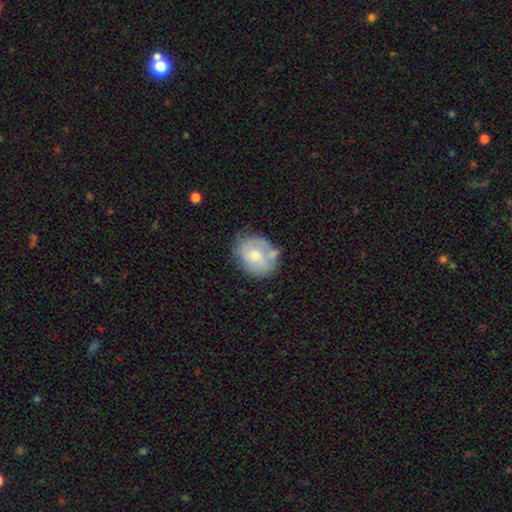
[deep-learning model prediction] Smooth or featured?
  - smooth: 55% *
  - featured or disk: 38%
  - star or artifact: 7%
How rounded?
  - in between: 51% *
  - round: 48%
  - cigar-shaped: 1%
Merging?
  - none: 53% *
  - minor disturbance: 26%
  - merger: 12%
  - major disturbance: 9%